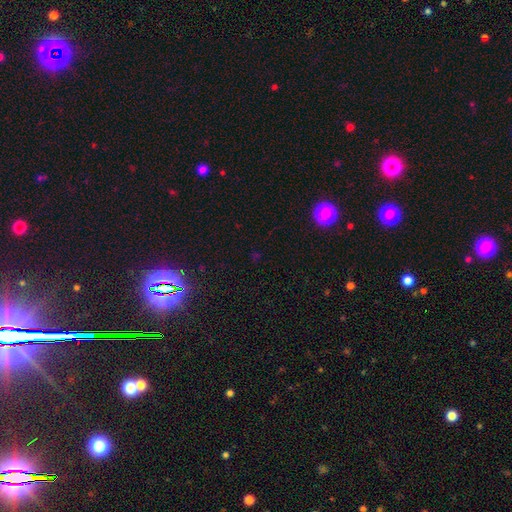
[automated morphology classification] Smooth or featured? star or artifact (67%)